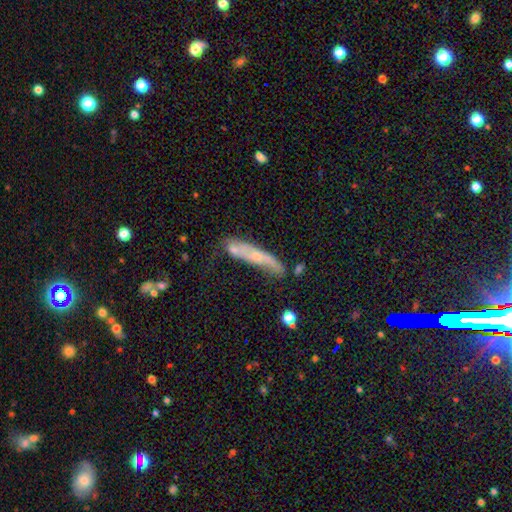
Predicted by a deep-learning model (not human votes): This is possibly a featured or disk galaxy (48%). Merging: marginally none (44%).